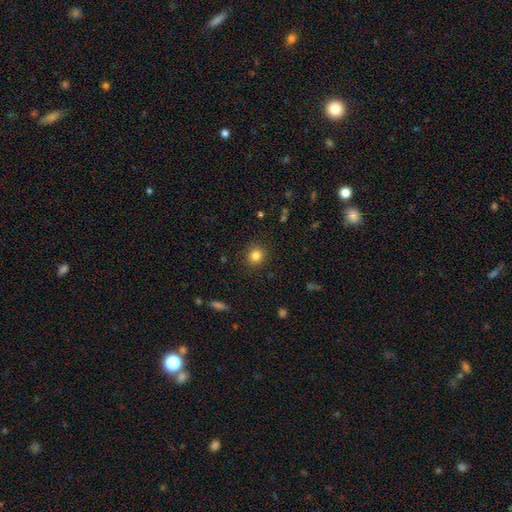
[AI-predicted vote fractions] Smooth or featured: smooth — 83% (star or artifact — 11%)
How rounded: round — 85% (in between — 15%)
Merging: none — 90% (minor disturbance — 7%)